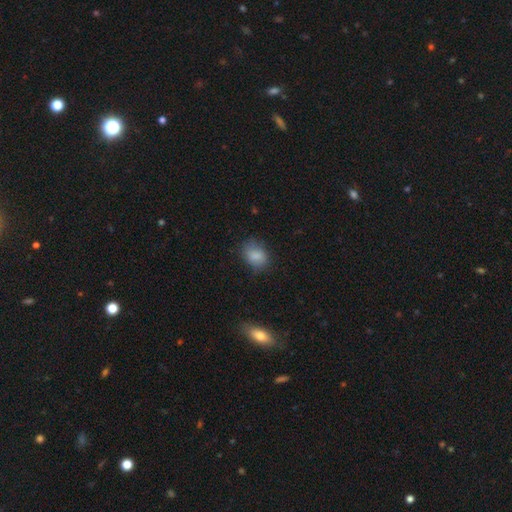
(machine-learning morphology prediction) The model was most divided on "how rounded": in between: 66%, round: 33%, cigar-shaped: 1%. More confident: smooth or featured — smooth (84%); merging — none (70%).